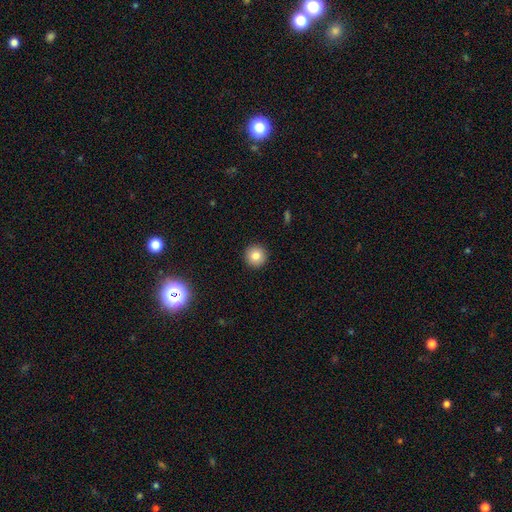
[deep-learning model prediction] The model was most divided on "smooth or featured": smooth: 82%, star or artifact: 10%, featured or disk: 8%. More confident: how rounded — round (95%); merging — none (93%).